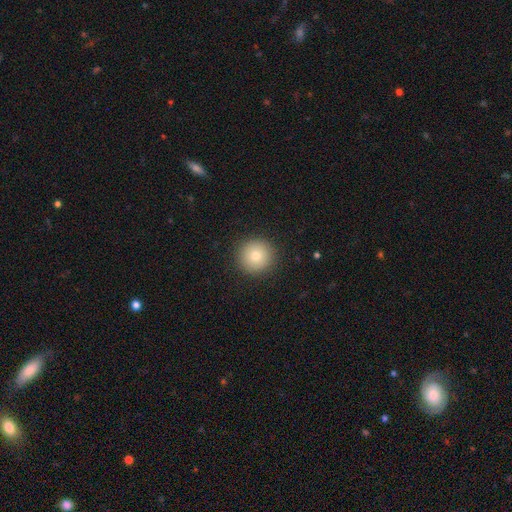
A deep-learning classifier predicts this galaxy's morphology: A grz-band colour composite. It shows a smooth galaxy with no disk features (77%) that is round (96%). Merging: none (92%).